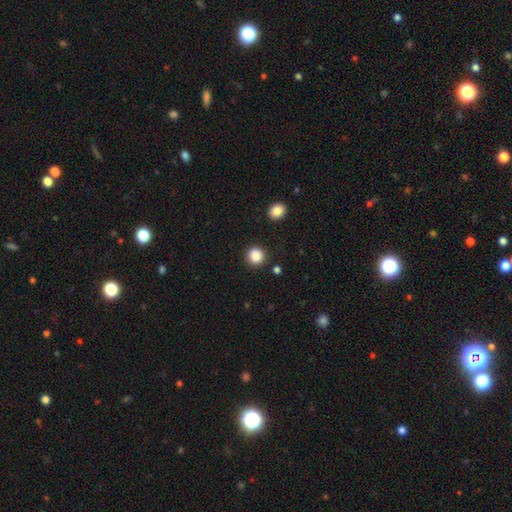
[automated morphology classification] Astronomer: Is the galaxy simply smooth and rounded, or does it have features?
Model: smooth — 87%.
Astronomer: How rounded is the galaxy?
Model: round — 92%.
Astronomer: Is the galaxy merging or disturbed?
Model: none — 89%.